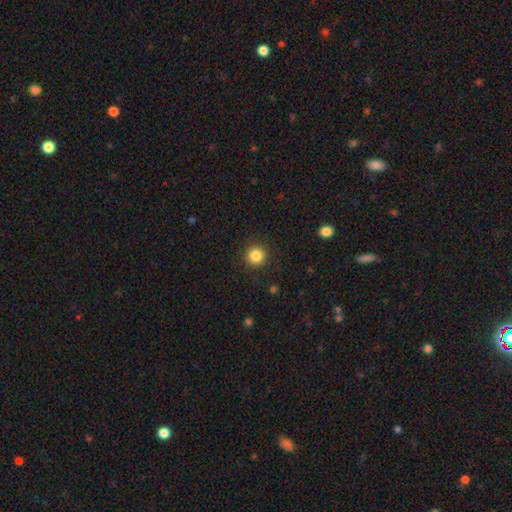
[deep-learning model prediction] Smooth or featured: smooth — 85% (star or artifact — 11%)
How rounded: round — 94% (in between — 5%)
Merging: none — 91% (minor disturbance — 5%)